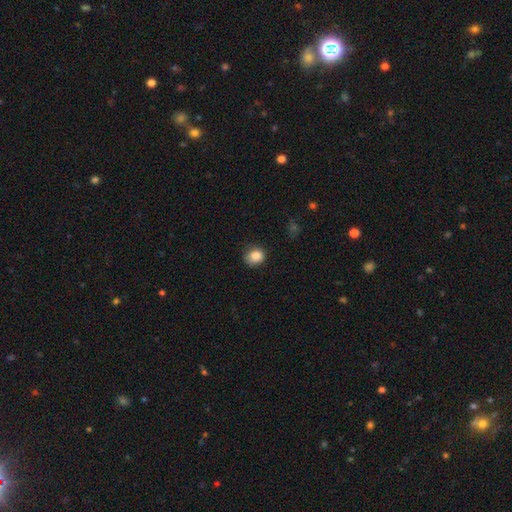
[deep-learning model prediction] Q: Smooth or featured?
A: smooth (85%); runner-up: star or artifact (10%)
Q: How rounded?
A: round (75%); runner-up: in between (24%)
Q: Merging?
A: none (73%); runner-up: minor disturbance (21%)